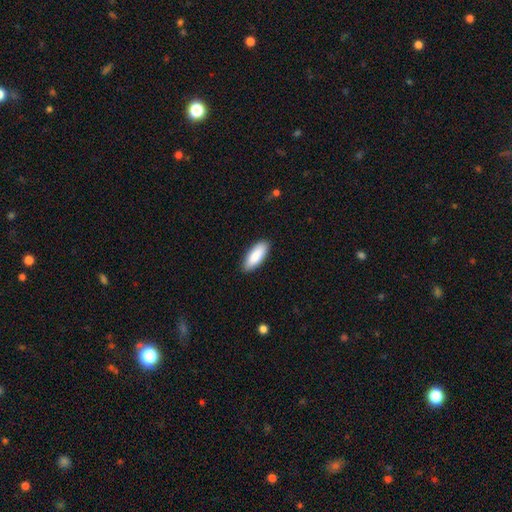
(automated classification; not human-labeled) This is clearly a smooth galaxy (88%). How rounded: likely in between (77%). Merging: clearly none (89%).